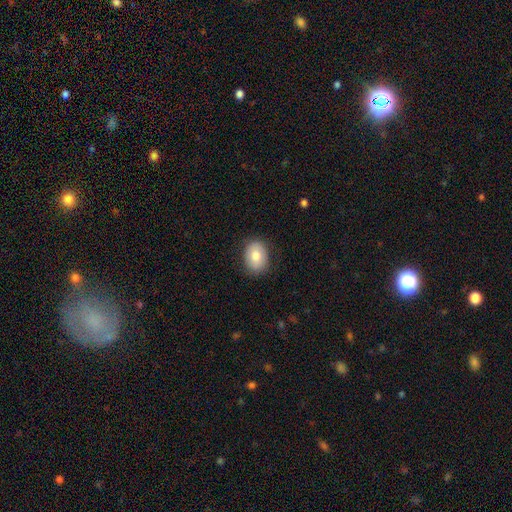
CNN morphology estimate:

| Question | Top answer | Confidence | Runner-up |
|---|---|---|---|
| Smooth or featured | smooth | 79% | featured or disk (14%) |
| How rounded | in between | 72% | round (27%) |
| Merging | none | 85% | minor disturbance (11%) |